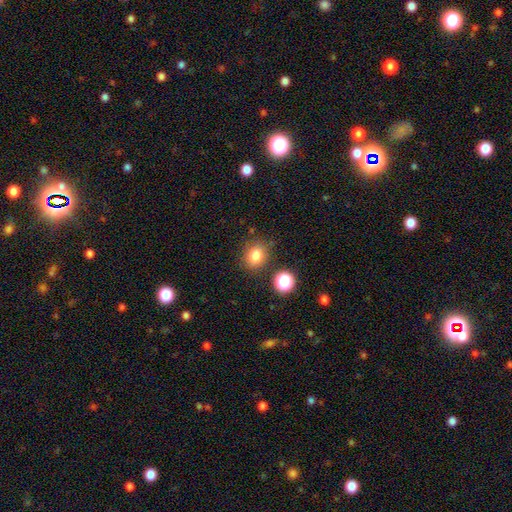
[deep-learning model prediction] Overall: smooth (81%). How rounded: round (66%; in between 33%). Merging: none (81%).